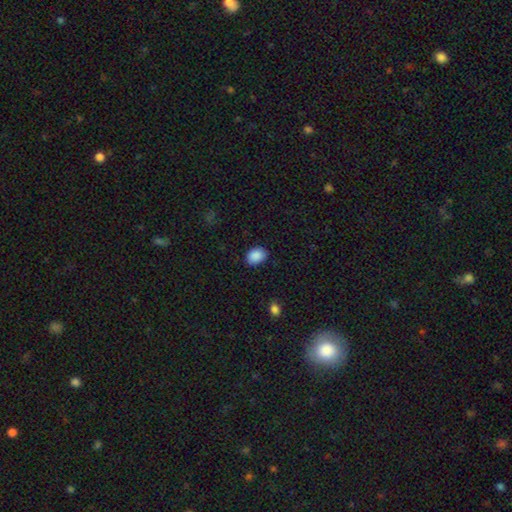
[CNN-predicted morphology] Q: Smooth or featured?
A: smooth (89%); runner-up: star or artifact (8%)
Q: How rounded?
A: in between (72%); runner-up: round (27%)
Q: Merging?
A: none (84%); runner-up: minor disturbance (12%)